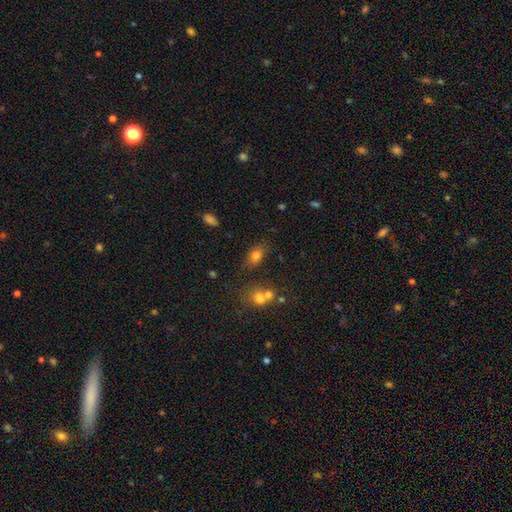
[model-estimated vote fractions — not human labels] This is likely a smooth galaxy (76%). How rounded: likely in between (80%). Merging: likely none (70%).